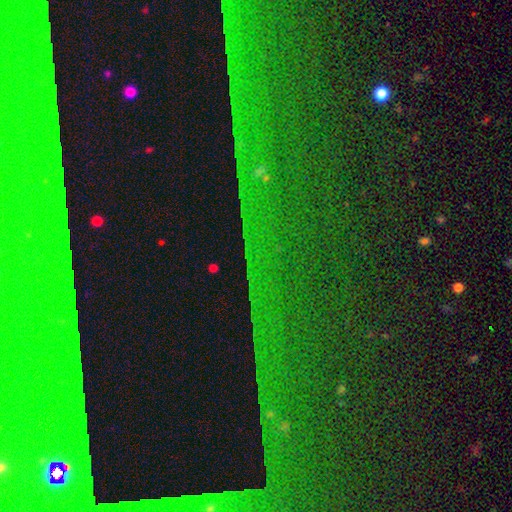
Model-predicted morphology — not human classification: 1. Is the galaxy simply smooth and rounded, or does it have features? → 83% star or artifact, 9% featured or disk, 8% smooth.